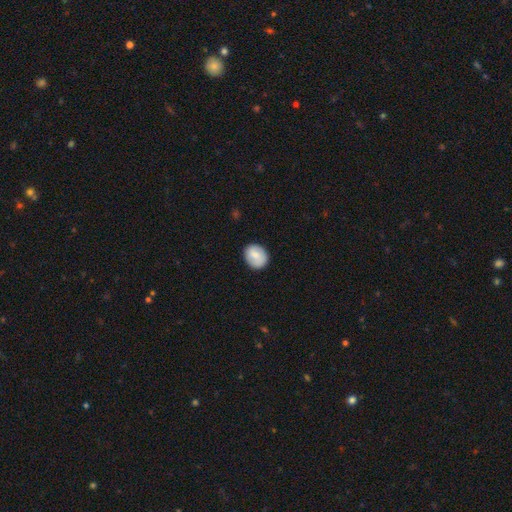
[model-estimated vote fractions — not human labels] smooth-or-featured: smooth: 75% | featured or disk: 18% | star or artifact: 7%
  how-rounded: round: 59% | in between: 40% | cigar-shaped: 1%
  merging: none: 85% | minor disturbance: 11% | major disturbance: 2% | merger: 1%